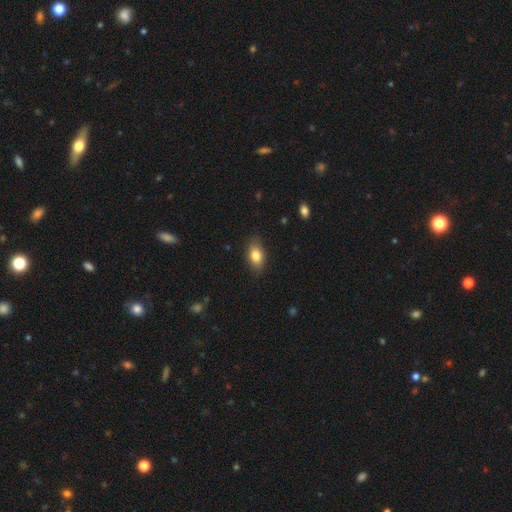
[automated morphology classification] This appears to be a smooth galaxy with no disk features (82%) that is in between round and cigar-shaped (86%). Merging: none (84%).